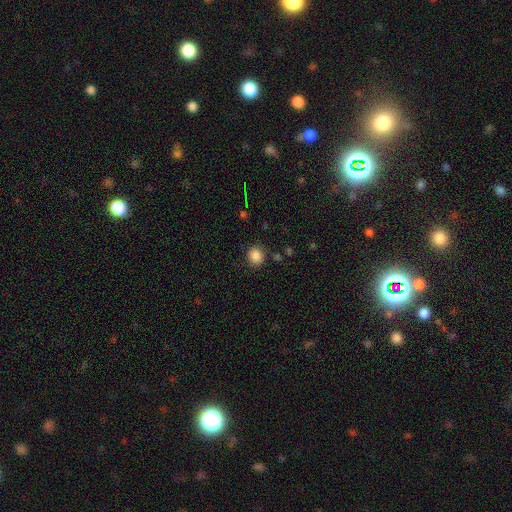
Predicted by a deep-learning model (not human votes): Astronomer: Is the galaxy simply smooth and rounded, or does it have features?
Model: smooth — 86%.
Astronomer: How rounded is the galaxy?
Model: round — 79%.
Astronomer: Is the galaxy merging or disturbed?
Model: none — 85%.